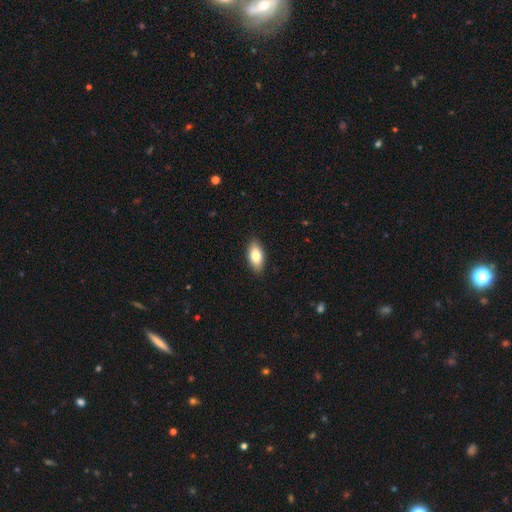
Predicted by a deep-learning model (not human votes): smooth 82%, featured or disk 11%, star or artifact 6%. Down the decision tree: how rounded — in between (90%); merging — none (88%).